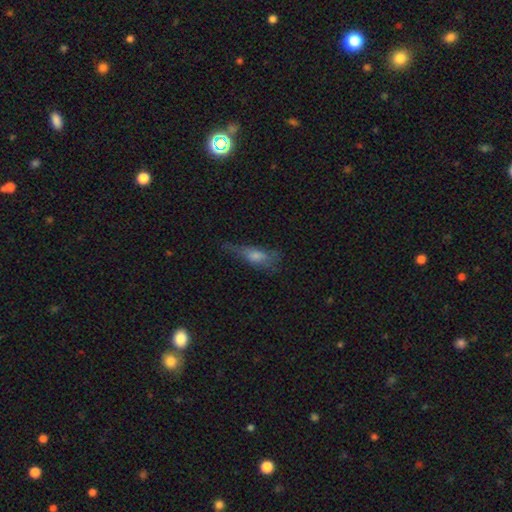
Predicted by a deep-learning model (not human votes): smooth 54%, featured or disk 32%, star or artifact 14%. Down the decision tree: how rounded — in between (50%); merging — none (44%).